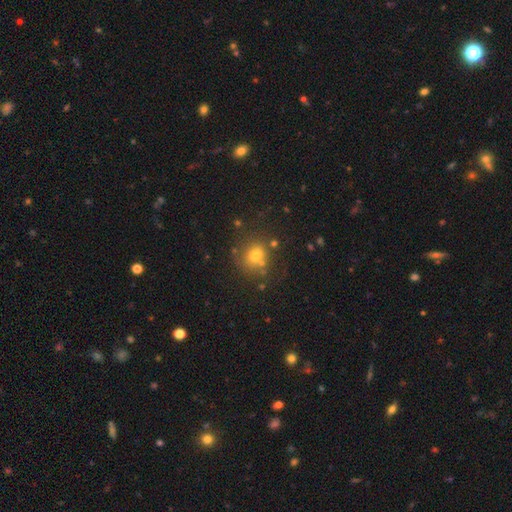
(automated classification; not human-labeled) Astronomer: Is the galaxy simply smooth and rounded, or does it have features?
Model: smooth — 72%.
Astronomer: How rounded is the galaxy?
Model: round — 76%.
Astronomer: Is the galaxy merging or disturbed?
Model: none — 70%.